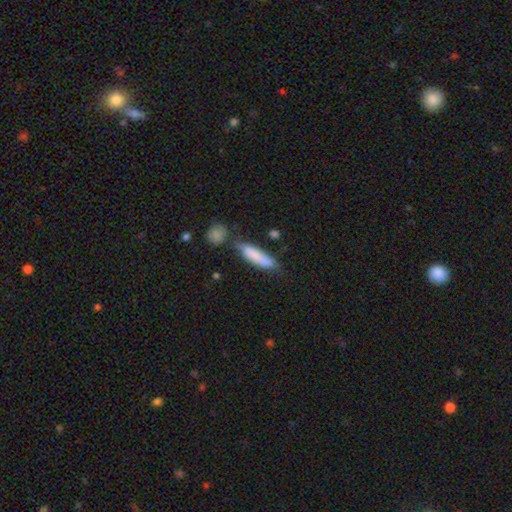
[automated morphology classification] smooth-or-featured: smooth: 82% | featured or disk: 12% | star or artifact: 6%
  how-rounded: cigar-shaped: 70% | in between: 28% | round: 2%
  merging: none: 61% | minor disturbance: 22% | merger: 11% | major disturbance: 6%